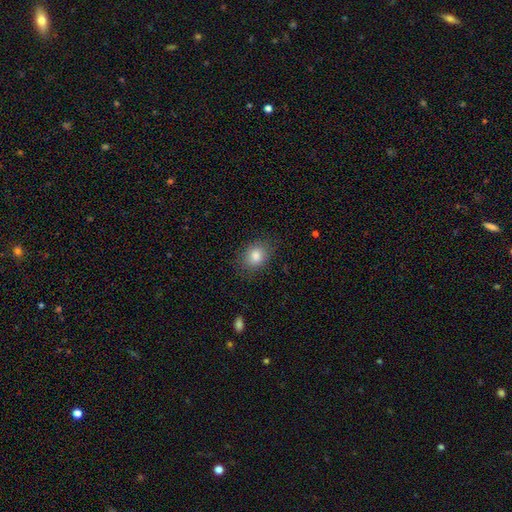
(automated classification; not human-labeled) smooth_or_featured: smooth (p=0.84) [alt: star or artifact p=0.09]
how_rounded: in between (p=0.58) [alt: round p=0.41]
merging: none (p=0.82) [alt: minor disturbance p=0.13]